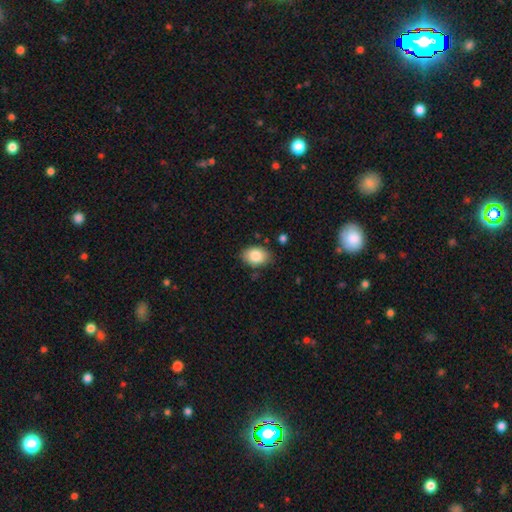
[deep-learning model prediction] A smooth galaxy with no disk features (85%) that is in between round and cigar-shaped (80%). Merging: none (80%).